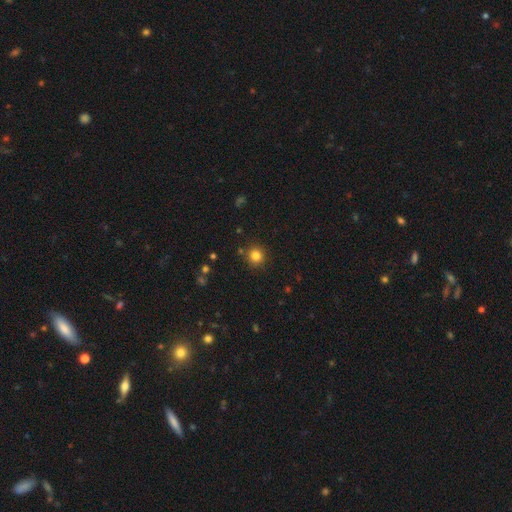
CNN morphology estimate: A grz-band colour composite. It shows a smooth galaxy with no disk features (82%) that is round (93%). Merging: none (88%).